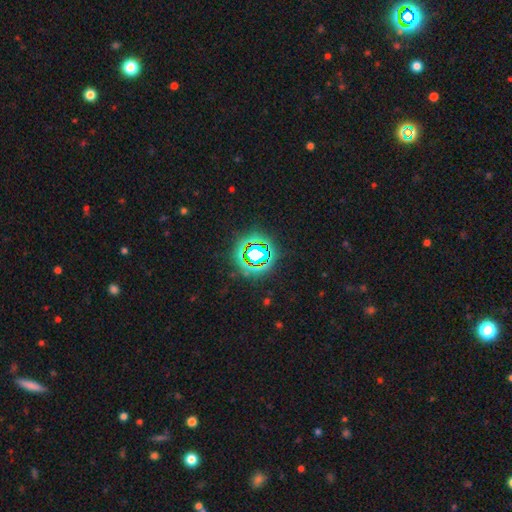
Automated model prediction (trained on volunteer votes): Q: Smooth or featured?
A: star or artifact (71%); runner-up: smooth (17%)